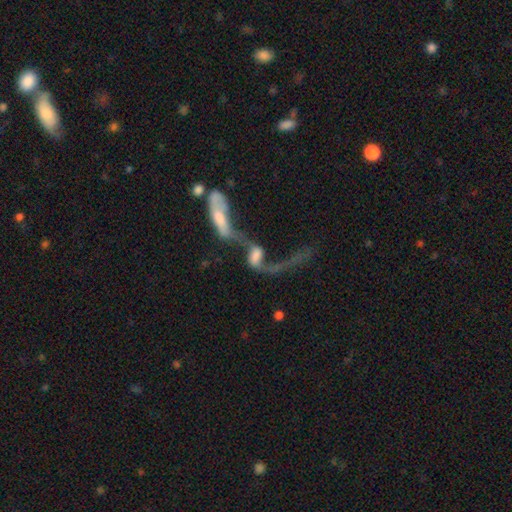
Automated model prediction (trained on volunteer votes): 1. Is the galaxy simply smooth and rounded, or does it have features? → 64% featured or disk, 26% smooth, 9% star or artifact.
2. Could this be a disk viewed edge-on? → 88% no, 12% yes.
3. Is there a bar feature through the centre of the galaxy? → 51% no, 32% weak, 18% strong.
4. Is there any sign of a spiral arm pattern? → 73% yes, 27% no.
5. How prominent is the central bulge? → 32% none, 25% large, 22% moderate, 13% small, 7% dominant.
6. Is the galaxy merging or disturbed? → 72% merger, 14% major disturbance, 9% none, 4% minor disturbance.